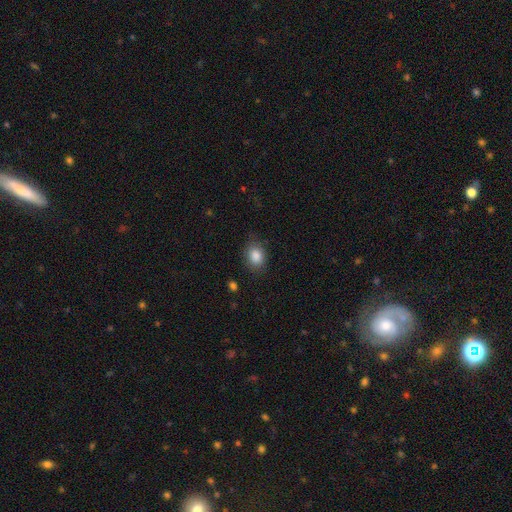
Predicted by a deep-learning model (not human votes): A smooth galaxy with no disk features (86%) that is in between round and cigar-shaped (67%).

Vote fractions:
- Smooth or featured? smooth: 86% / star or artifact: 8% / featured or disk: 6%
- How rounded? in between: 67% / round: 31% / cigar-shaped: 1%
- Merging? none: 79% / minor disturbance: 16% / major disturbance: 4% / merger: 1%